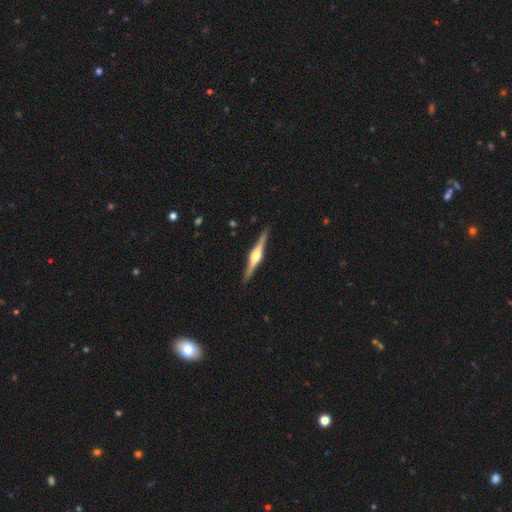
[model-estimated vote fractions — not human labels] This is clearly a featured or disk galaxy (86%). It is clearly viewed edge-on (99%). Edge-on bulge: clearly rounded (91%). Merging: clearly none (92%).